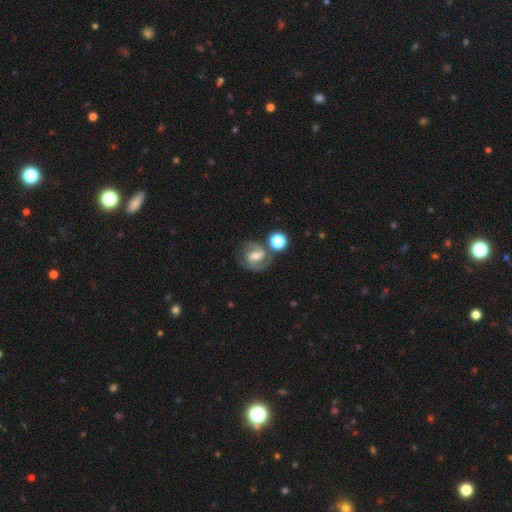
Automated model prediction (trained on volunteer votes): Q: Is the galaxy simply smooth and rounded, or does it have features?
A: featured or disk — 79%.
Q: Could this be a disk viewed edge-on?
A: no — 97%.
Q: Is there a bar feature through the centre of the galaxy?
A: weak — 48%.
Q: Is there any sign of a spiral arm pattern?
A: yes — 94%.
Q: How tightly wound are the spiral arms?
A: medium — 55%.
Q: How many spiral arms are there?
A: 2 — 88%.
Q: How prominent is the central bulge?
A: moderate — 52%.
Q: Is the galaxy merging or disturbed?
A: none — 66%.